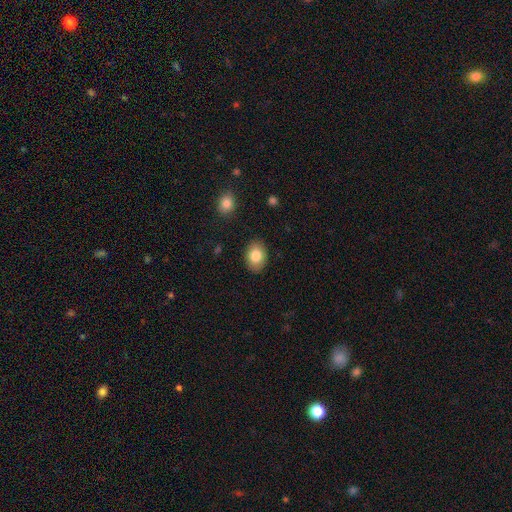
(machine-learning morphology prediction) A smooth galaxy with no disk features (83%) that is in between round and cigar-shaped (80%).

Vote fractions:
- Smooth or featured? smooth: 83% / featured or disk: 10% / star or artifact: 7%
- How rounded? in between: 80% / round: 19% / cigar-shaped: 1%
- Merging? none: 88% / minor disturbance: 9% / major disturbance: 2% / merger: 1%